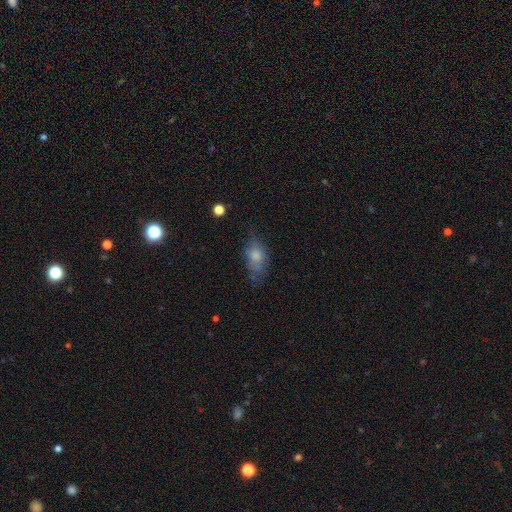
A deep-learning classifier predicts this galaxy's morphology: smooth_or_featured: smooth (p=0.71) [alt: featured or disk p=0.20]
how_rounded: in between (p=0.84) [alt: round p=0.11]
merging: none (p=0.51) [alt: minor disturbance p=0.31]